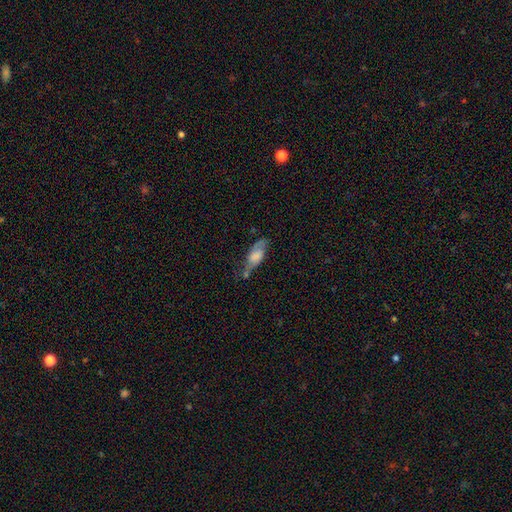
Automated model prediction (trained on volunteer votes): smooth-or-featured: smooth: 57% | featured or disk: 35% | star or artifact: 8%
  how-rounded: in between: 74% | cigar-shaped: 23% | round: 3%
  merging: none: 43% | minor disturbance: 31% | major disturbance: 14% | merger: 11%